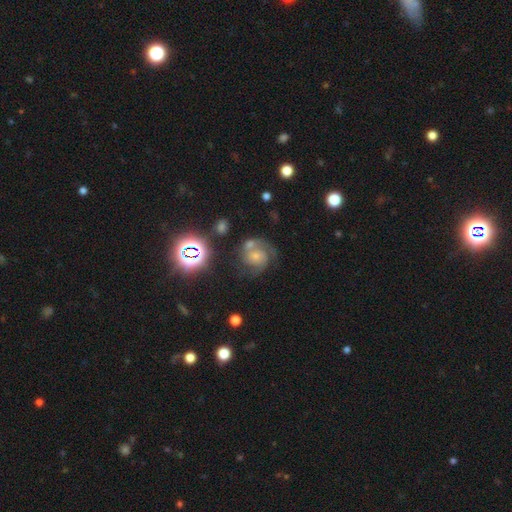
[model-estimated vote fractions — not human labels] This appears to be a featured or disk galaxy (67%) with no bar (68%), 2 (62%) medium (45%) spiral arms (92%) and a small central bulge (51%). Merging: none (47%).